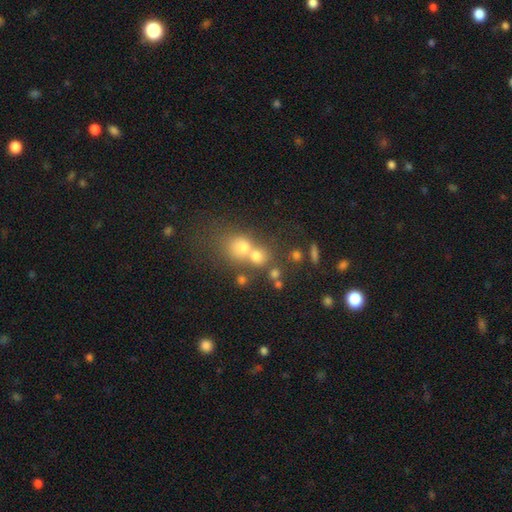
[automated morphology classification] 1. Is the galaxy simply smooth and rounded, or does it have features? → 69% smooth, 17% star or artifact, 14% featured or disk.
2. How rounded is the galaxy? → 74% round, 25% in between, 1% cigar-shaped.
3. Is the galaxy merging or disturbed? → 50% merger, 37% none, 8% minor disturbance, 5% major disturbance.